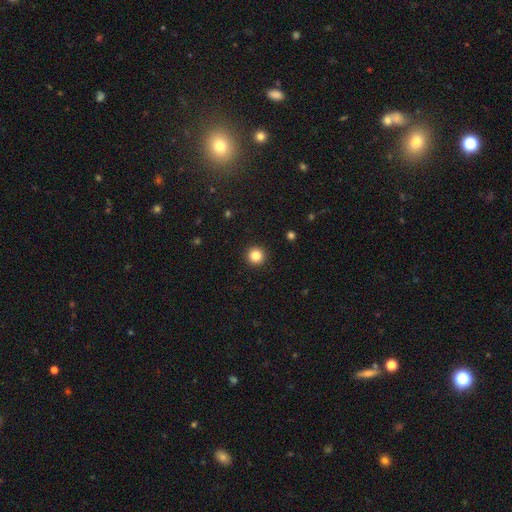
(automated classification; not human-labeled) Smooth or featured? Predicted: smooth (p=0.84). How rounded? Predicted: round (p=0.96). Merging? Predicted: none (p=0.94).